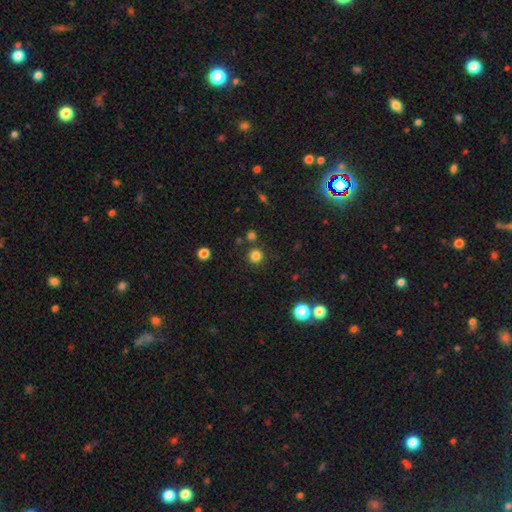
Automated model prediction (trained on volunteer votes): Overall: smooth (81%). How rounded: round (94%). Merging: none (86%).